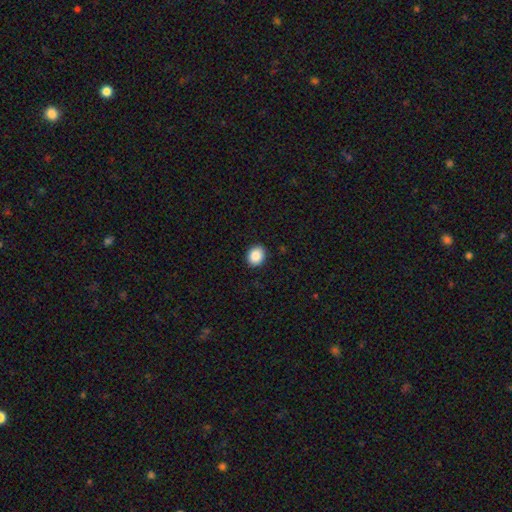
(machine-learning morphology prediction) type=smooth (88%); roundness=round (60%); merging=none (91%).